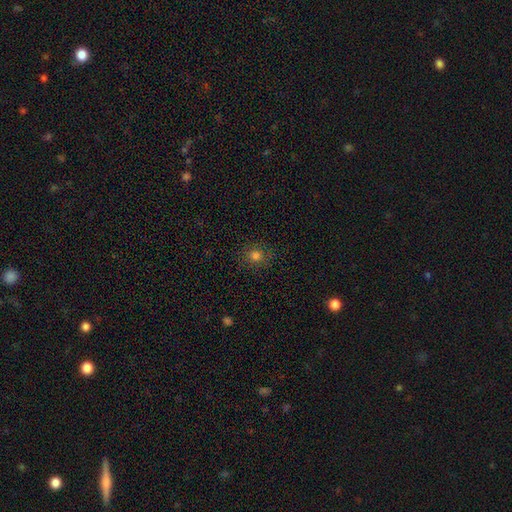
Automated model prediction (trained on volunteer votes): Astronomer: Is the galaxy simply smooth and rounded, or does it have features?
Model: smooth — 78%.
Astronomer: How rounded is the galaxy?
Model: round — 84%.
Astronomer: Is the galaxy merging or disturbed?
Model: none — 87%.